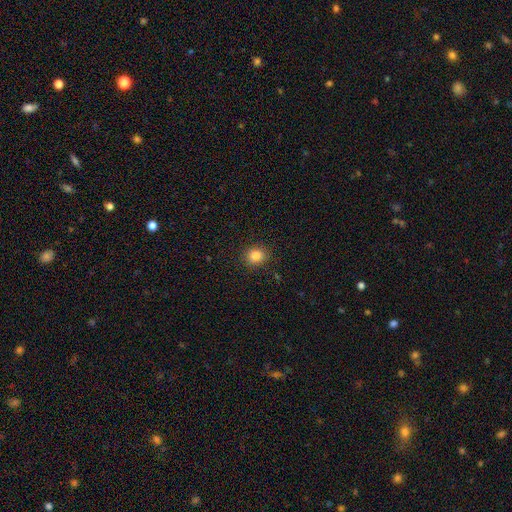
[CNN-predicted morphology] Smooth or featured? smooth (84%)
How rounded? round (74%)
Merging? none (89%)